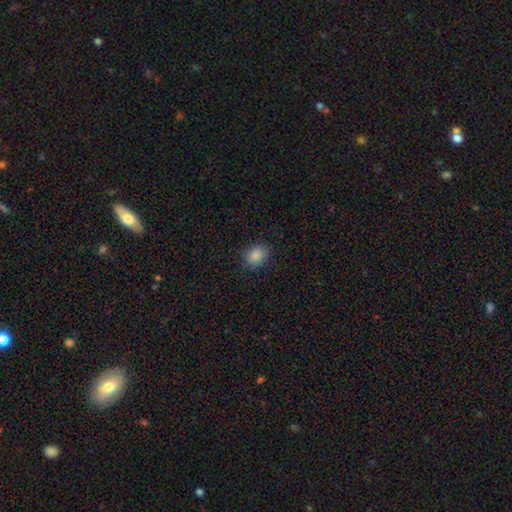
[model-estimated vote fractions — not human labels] Overall: smooth (87%). How rounded: in between (51%; round 48%). Merging: none (87%).